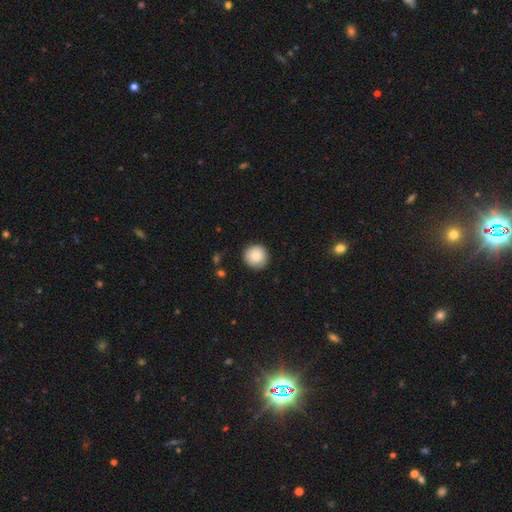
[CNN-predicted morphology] A smooth galaxy with no disk features (84%) that is round (96%). Merging: none (90%).